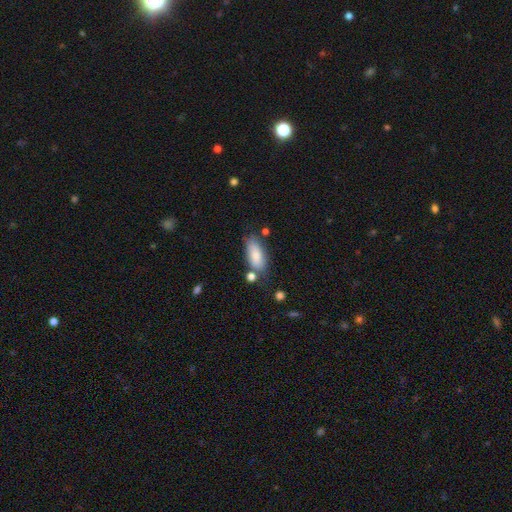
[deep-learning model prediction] Smooth or featured? smooth (83%)
How rounded? in between (83%)
Merging? none (65%)